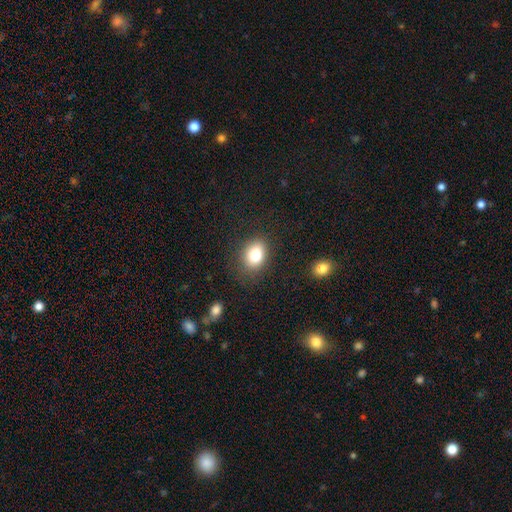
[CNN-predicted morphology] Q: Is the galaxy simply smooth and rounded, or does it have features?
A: smooth — 82%.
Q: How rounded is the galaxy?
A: in between — 69%.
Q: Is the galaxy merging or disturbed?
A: none — 80%.